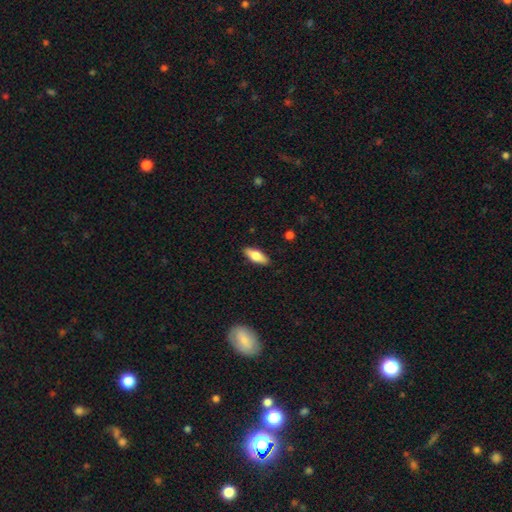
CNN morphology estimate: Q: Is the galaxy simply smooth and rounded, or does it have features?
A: smooth — 72%.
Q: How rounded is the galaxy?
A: in between — 72%.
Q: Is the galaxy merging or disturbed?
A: none — 88%.